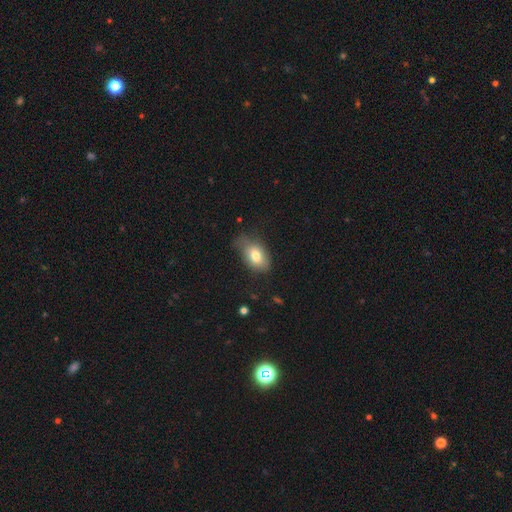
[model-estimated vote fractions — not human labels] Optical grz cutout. It shows a smooth galaxy with no disk features (75%) that is in between round and cigar-shaped (86%). Merging: none (50%).